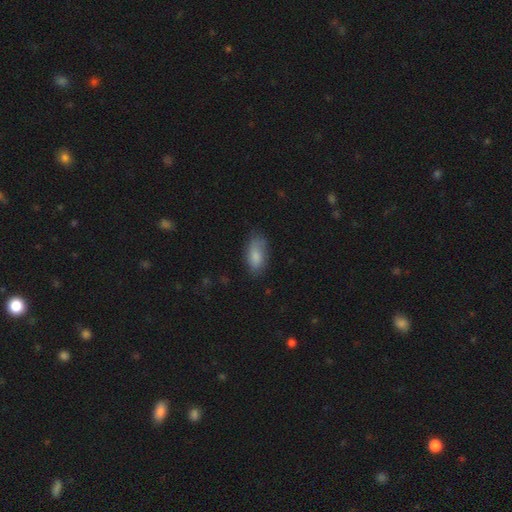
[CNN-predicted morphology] The model was most divided on "merging": none: 67%, minor disturbance: 25%, major disturbance: 6%, merger: 2%. More confident: how rounded — in between (91%); smooth or featured — smooth (80%).